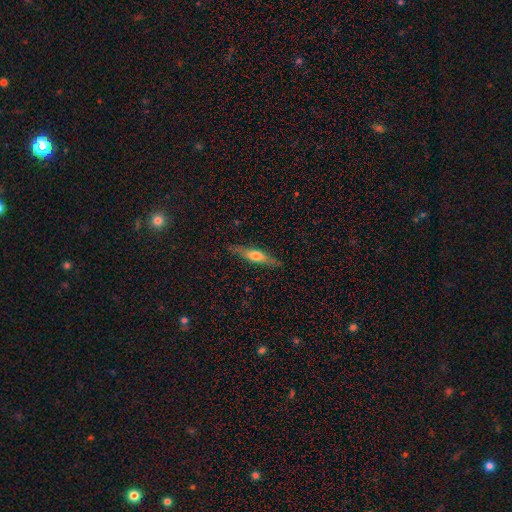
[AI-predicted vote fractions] Smooth or featured?
  - featured or disk: 48% *
  - smooth: 46%
  - star or artifact: 6%
Merging?
  - none: 85% *
  - minor disturbance: 11%
  - major disturbance: 2%
  - merger: 1%